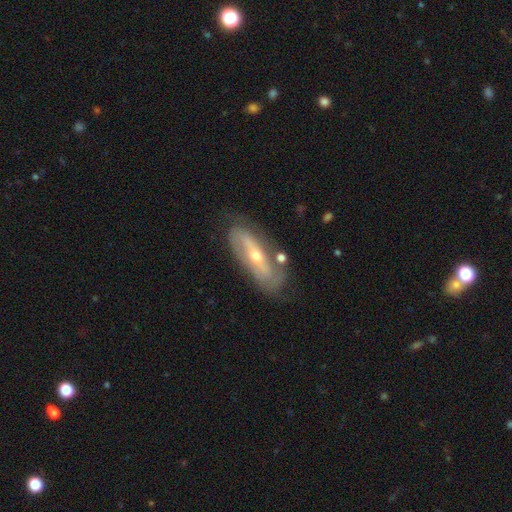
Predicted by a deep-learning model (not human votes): smooth_or_featured: featured or disk (p=0.75) [alt: smooth p=0.19]
disk_edge_on: no (p=0.77) [alt: yes p=0.23]
bar: strong (p=0.37) [tied with: no p=0.37]
has_spiral_arms: yes (p=0.72) [alt: no p=0.28]
bulge_size: moderate (p=0.52) [alt: small p=0.44]
merging: none (p=0.70) [alt: minor disturbance p=0.18]